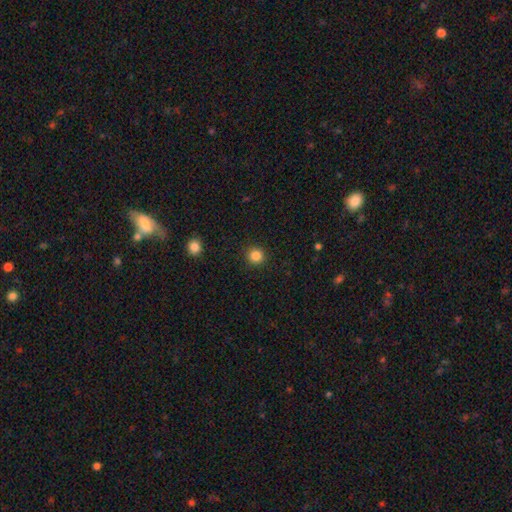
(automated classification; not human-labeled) Smooth or featured? Predicted: smooth (p=0.85). How rounded? Predicted: round (p=0.94). Merging? Predicted: none (p=0.92).